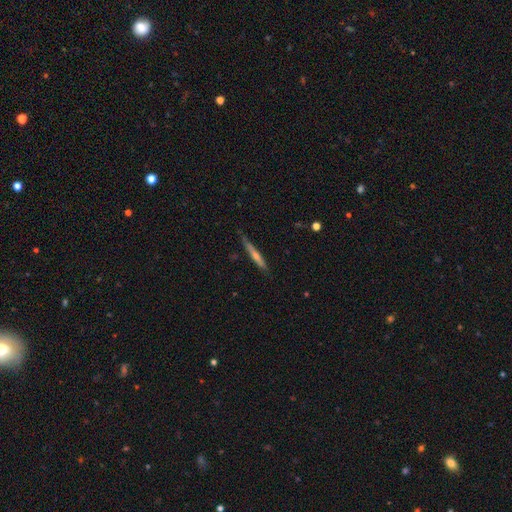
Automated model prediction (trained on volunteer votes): Q: Smooth or featured?
A: featured or disk (61%); runner-up: smooth (33%)
Q: Edge-on disk?
A: yes (96%); runner-up: no (4%)
Q: Edge-on bulge?
A: rounded (55%); runner-up: none (38%)
Q: Merging?
A: none (81%); runner-up: minor disturbance (15%)